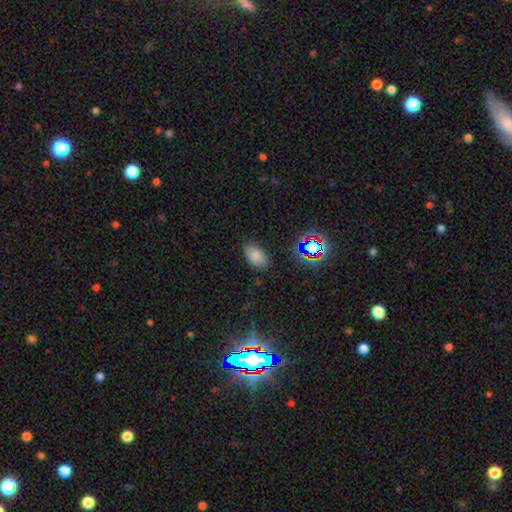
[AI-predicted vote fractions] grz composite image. It shows a smooth galaxy with no disk features (77%) that is in between round and cigar-shaped (90%). Merging: none (81%).